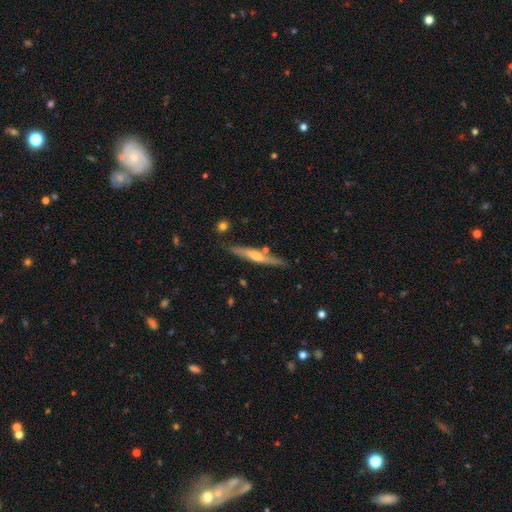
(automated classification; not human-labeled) featured or disk 57%, smooth 37%, star or artifact 6%. Down the decision tree: edge-on disk — yes (94%); edge-on bulge — rounded (65%); merging — none (81%).